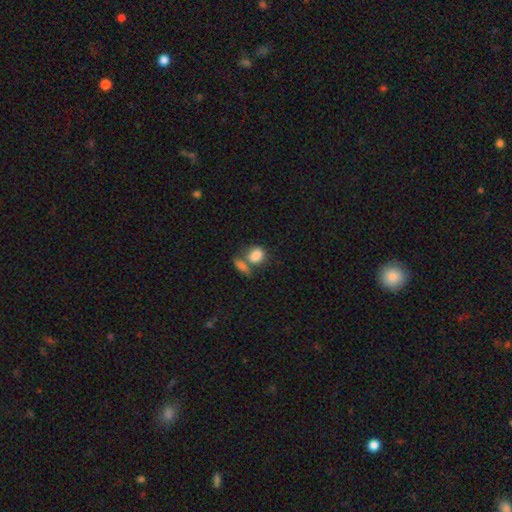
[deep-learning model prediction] This appears to be a smooth galaxy with no disk features (83%) that is in between round and cigar-shaped (63%). Merging: merger (44%).